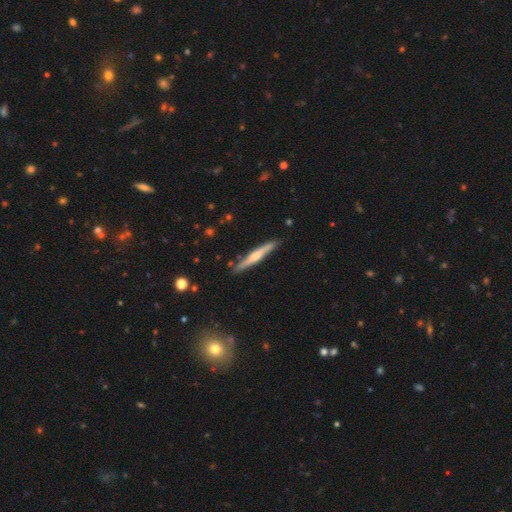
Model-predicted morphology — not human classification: Smooth or featured?
  - featured or disk: 57% *
  - smooth: 38%
  - star or artifact: 6%
Edge-on disk?
  - yes: 97% *
  - no: 3%
Edge-on bulge?
  - rounded: 74% *
  - none: 15%
  - boxy: 11%
Merging?
  - none: 87% *
  - minor disturbance: 10%
  - merger: 2%
  - major disturbance: 2%